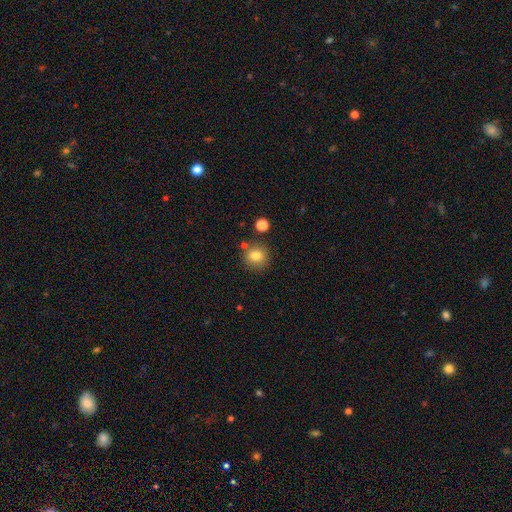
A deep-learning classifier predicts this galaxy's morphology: This is clearly a smooth galaxy (80%). How rounded: clearly round (92%). Merging: clearly none (82%).